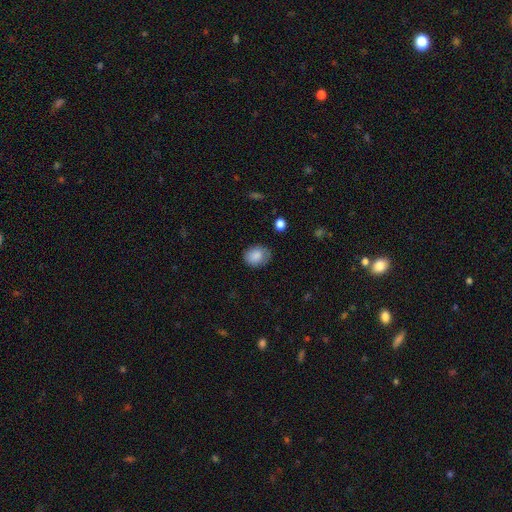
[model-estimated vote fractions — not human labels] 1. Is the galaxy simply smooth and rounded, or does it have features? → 86% smooth, 8% star or artifact, 7% featured or disk.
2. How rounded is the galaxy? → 53% in between, 47% round, 1% cigar-shaped.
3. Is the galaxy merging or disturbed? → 72% none, 21% minor disturbance, 5% major disturbance, 1% merger.